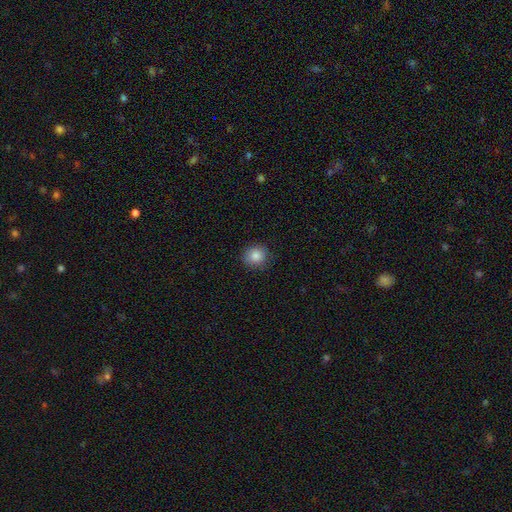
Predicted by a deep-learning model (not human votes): A smooth galaxy with no disk features (84%) that is round (87%).

Vote fractions:
- Smooth or featured? smooth: 84% / star or artifact: 10% / featured or disk: 6%
- How rounded? round: 87% / in between: 12% / cigar-shaped: 1%
- Merging? none: 89% / minor disturbance: 8% / major disturbance: 2% / merger: 1%